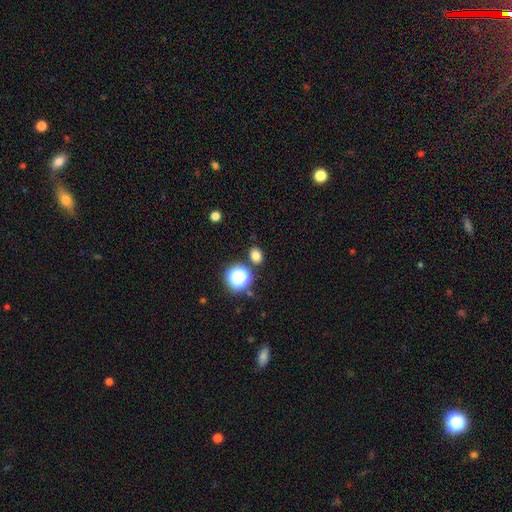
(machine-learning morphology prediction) A smooth galaxy with no disk features (75%) that is round (52%). Merging: none (83%).